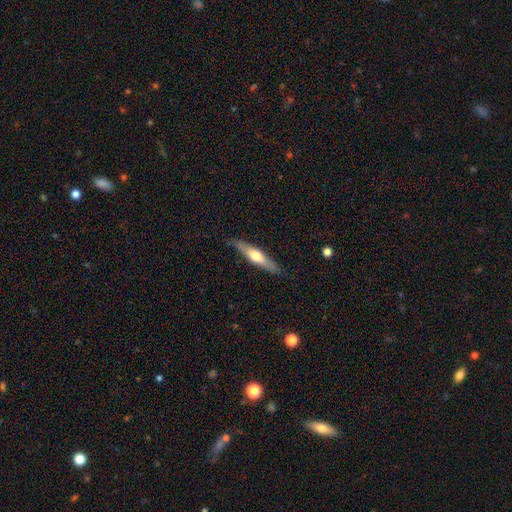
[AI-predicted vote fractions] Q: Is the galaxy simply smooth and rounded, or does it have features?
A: featured or disk — 51%.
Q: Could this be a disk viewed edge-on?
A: yes — 91%.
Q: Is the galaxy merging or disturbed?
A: none — 86%.